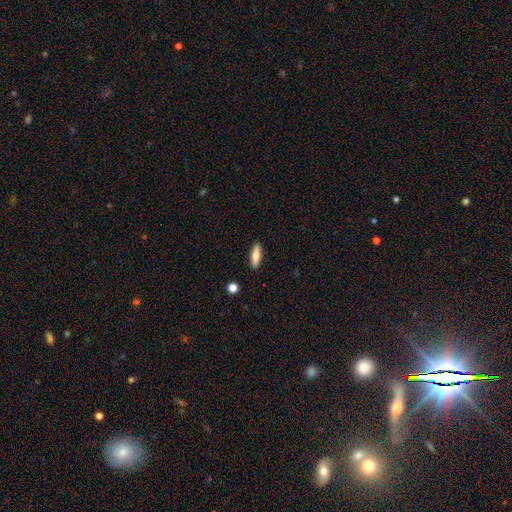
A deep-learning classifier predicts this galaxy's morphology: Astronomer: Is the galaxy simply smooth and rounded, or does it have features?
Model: smooth — 77%.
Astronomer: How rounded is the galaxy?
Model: in between — 50% (runner-up: cigar-shaped, 48%).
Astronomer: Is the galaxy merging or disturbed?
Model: none — 89%.